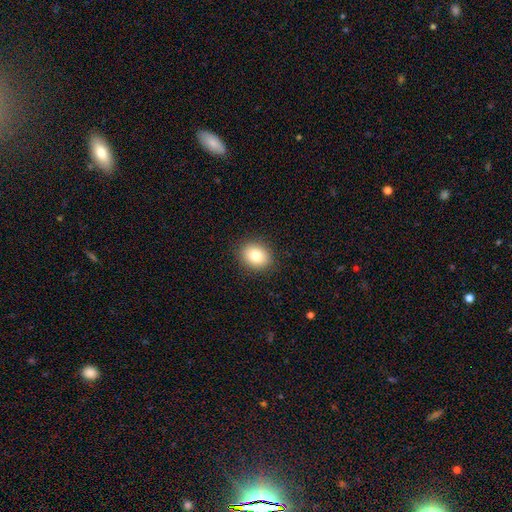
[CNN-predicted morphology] Smooth or featured? smooth (81%)
How rounded? round (60%)
Merging? none (90%)